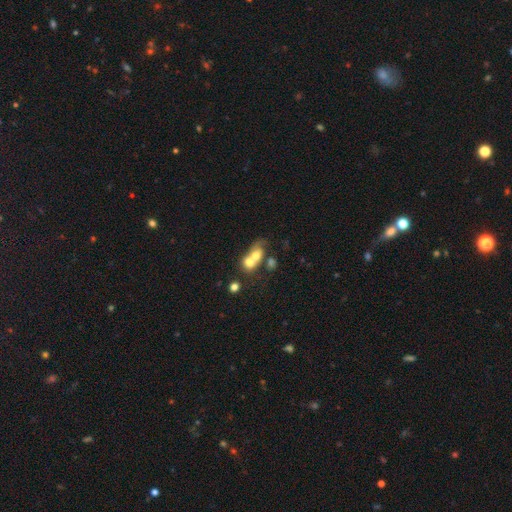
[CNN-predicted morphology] A smooth galaxy with no disk features (59%) that is in between round and cigar-shaped (50%). Merging: merger (74%).